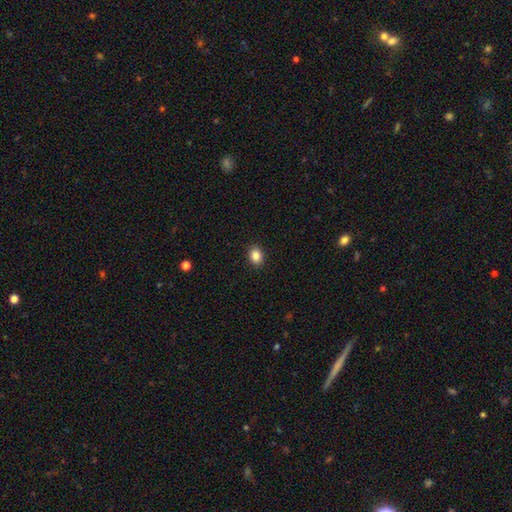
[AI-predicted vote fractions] A smooth galaxy with no disk features (86%) that is in between round and cigar-shaped (55%).

Vote fractions:
- Smooth or featured? smooth: 86% / star or artifact: 10% / featured or disk: 4%
- How rounded? in between: 55% / round: 44% / cigar-shaped: 1%
- Merging? none: 90% / minor disturbance: 7% / major disturbance: 2% / merger: 1%